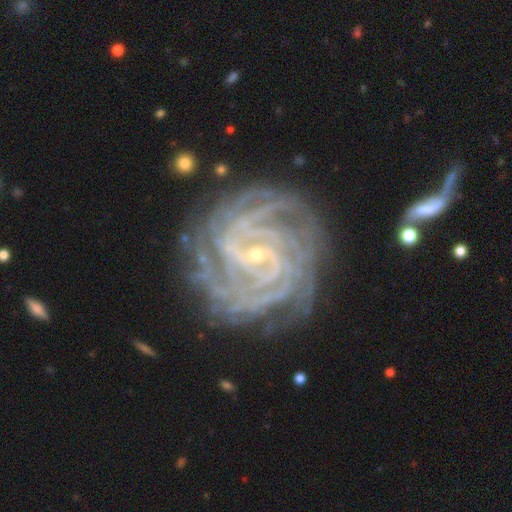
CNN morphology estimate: Smooth or featured?
  - featured or disk: 92% *
  - star or artifact: 5%
  - smooth: 3%
Edge-on disk?
  - no: 98% *
  - yes: 2%
Bar?
  - weak: 44% *
  - strong: 28%
  - no: 28%
Spiral arms?
  - yes: 98% *
  - no: 2%
Spiral winding?
  - tight: 80% *
  - medium: 17%
  - loose: 3%
Spiral arm count?
  - 4: 25% *
  - more than 4: 21%
  - can't tell: 19%
  - 3: 14%
  - 2: 13%
  - 1: 8%
Bulge size?
  - small: 82% *
  - moderate: 14%
  - none: 2%
  - large: 1%
  - dominant: 1%
Merging?
  - none: 77% *
  - minor disturbance: 15%
  - major disturbance: 6%
  - merger: 2%